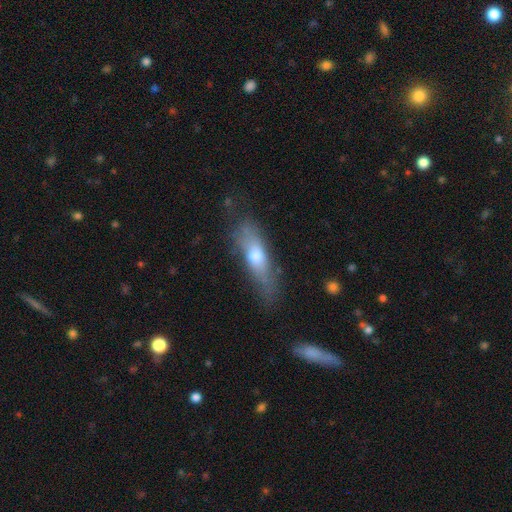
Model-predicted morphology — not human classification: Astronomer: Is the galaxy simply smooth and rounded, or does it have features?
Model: smooth — 59% (runner-up: featured or disk, 34%).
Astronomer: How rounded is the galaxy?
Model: cigar-shaped — 57% (runner-up: in between, 40%).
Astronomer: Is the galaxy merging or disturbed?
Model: none — 62%.